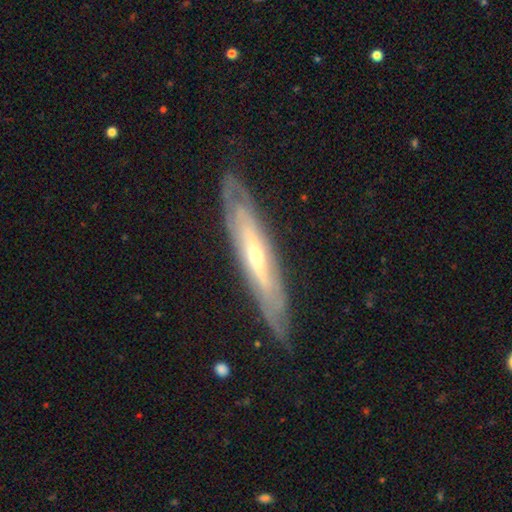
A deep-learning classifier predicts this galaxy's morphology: type=featured or disk (78%); edge-on=yes (55%); merging=none (79%).